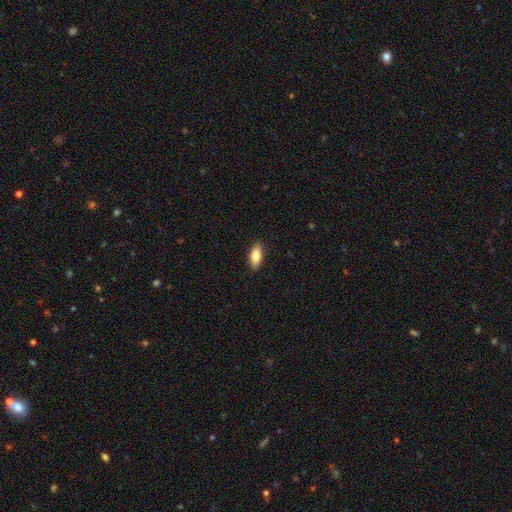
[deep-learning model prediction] The model was most divided on "how rounded": in between: 82%, cigar-shaped: 16%, round: 2%. More confident: merging — none (89%); smooth or featured — smooth (82%).